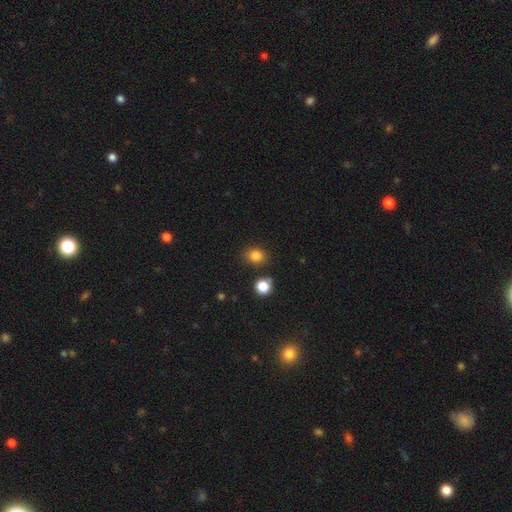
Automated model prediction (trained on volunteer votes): A smooth galaxy with no disk features (83%) that is round (65%). Merging: none (82%).